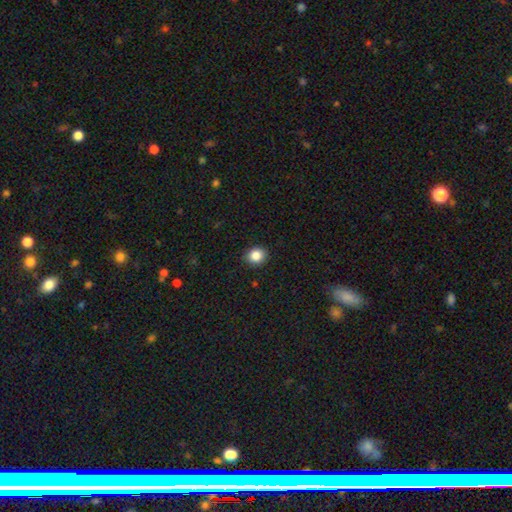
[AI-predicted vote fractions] Smooth or featured?
  - smooth: 86% *
  - star or artifact: 10%
  - featured or disk: 4%
How rounded?
  - round: 74% *
  - in between: 25%
  - cigar-shaped: 1%
Merging?
  - none: 90% *
  - minor disturbance: 7%
  - major disturbance: 2%
  - merger: 1%